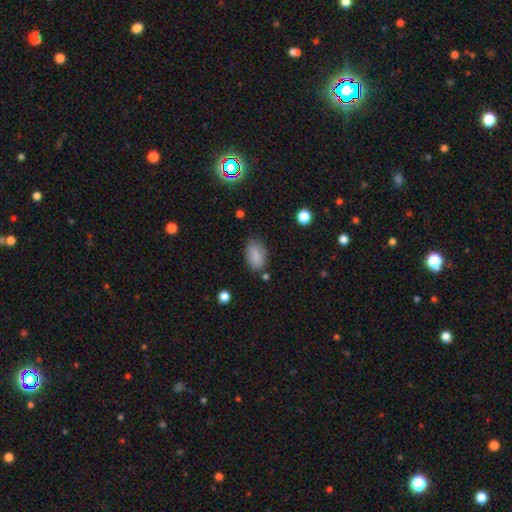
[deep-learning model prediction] smooth 86%, star or artifact 8%, featured or disk 7%. Down the decision tree: how rounded — in between (91%); merging — none (73%).